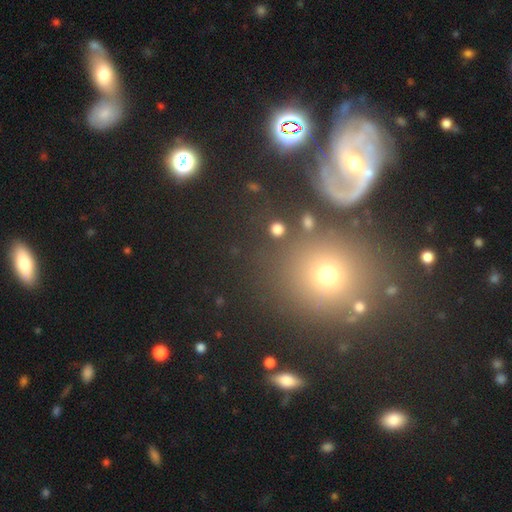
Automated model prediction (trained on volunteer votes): smooth_or_featured: smooth (p=0.44) [alt: featured or disk p=0.30]
merging: none (p=0.72) [alt: minor disturbance p=0.12]